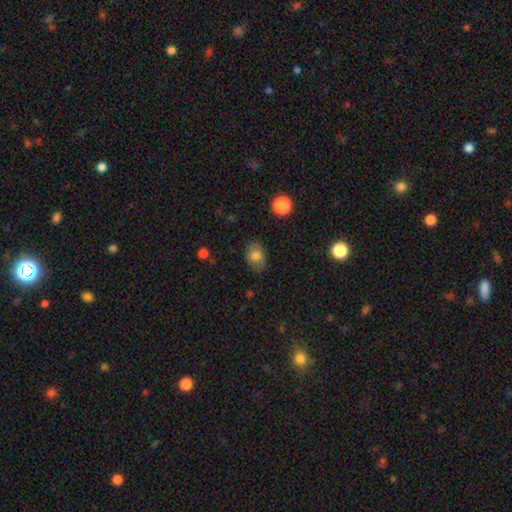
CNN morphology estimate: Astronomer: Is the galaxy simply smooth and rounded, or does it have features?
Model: smooth — 76%.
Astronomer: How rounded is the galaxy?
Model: in between — 71%.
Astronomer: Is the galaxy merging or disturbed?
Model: none — 77%.